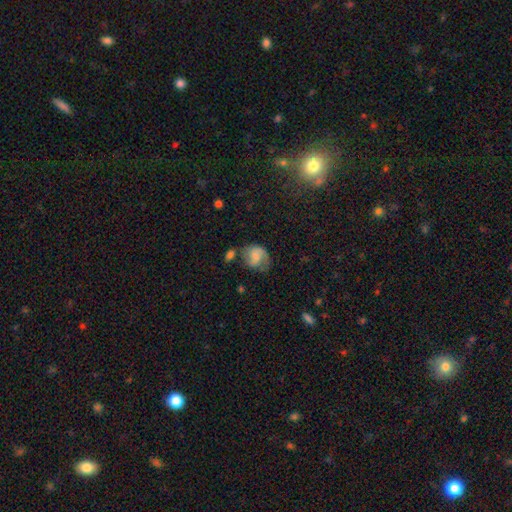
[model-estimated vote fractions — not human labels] This appears to be a featured or disk galaxy (54%) with no bar (49%), spiral arms (89%) and a small central bulge (46%). Merging: none (53%).